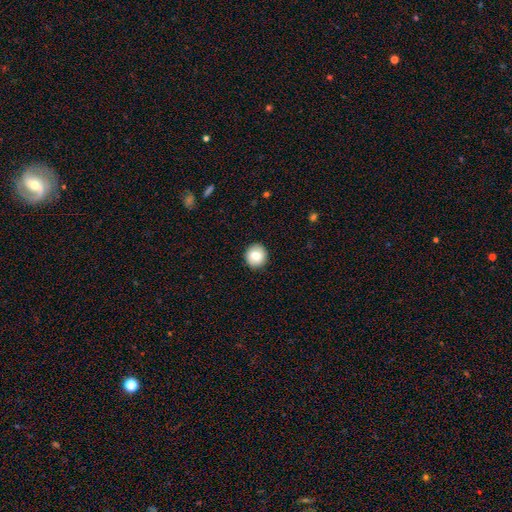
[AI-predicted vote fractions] smooth_or_featured: smooth (p=0.79) [alt: featured or disk p=0.13]
how_rounded: round (p=0.89) [alt: in between p=0.10]
merging: none (p=0.91) [alt: minor disturbance p=0.06]